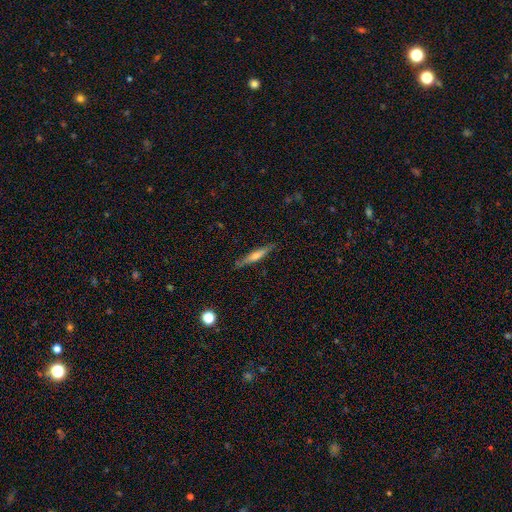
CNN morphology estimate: Smooth or featured? featured or disk (58%)
Edge-on disk? yes (95%)
Edge-on bulge? rounded (70%)
Merging? none (87%)